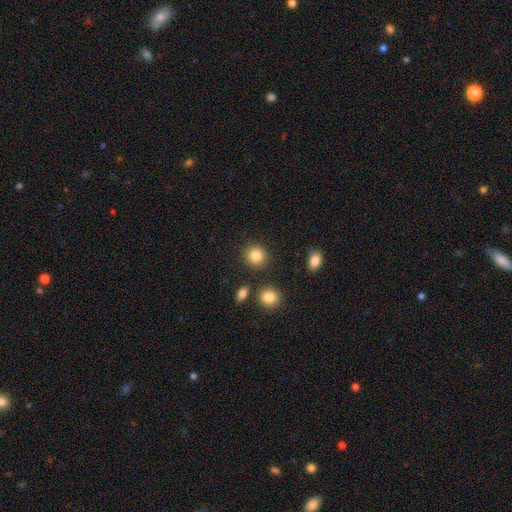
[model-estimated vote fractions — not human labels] Smooth or featured: smooth — 86% (star or artifact — 9%)
How rounded: round — 88% (in between — 11%)
Merging: none — 87% (minor disturbance — 7%)